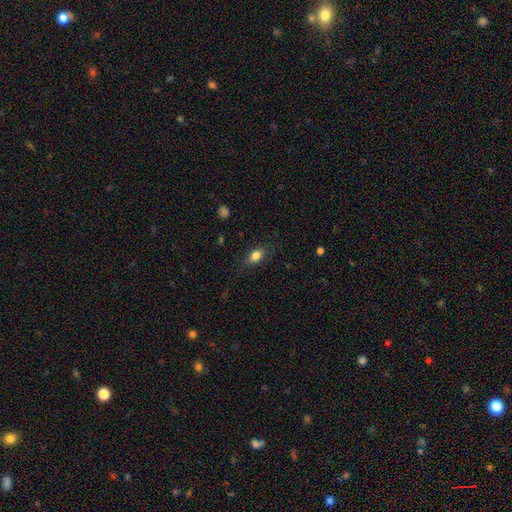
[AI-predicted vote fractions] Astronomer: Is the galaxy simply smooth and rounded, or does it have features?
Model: smooth — 82%.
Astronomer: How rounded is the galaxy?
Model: in between — 81%.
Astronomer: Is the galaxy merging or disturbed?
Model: none — 80%.